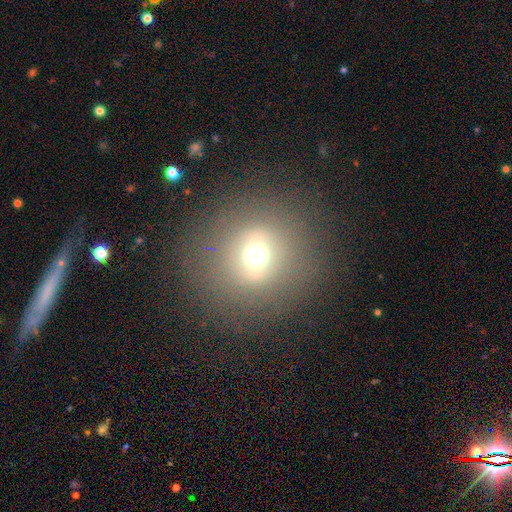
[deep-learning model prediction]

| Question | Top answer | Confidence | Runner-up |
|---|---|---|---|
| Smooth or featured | smooth | 56% | featured or disk (26%) |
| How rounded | round | 91% | in between (8%) |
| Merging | none | 85% | minor disturbance (8%) |